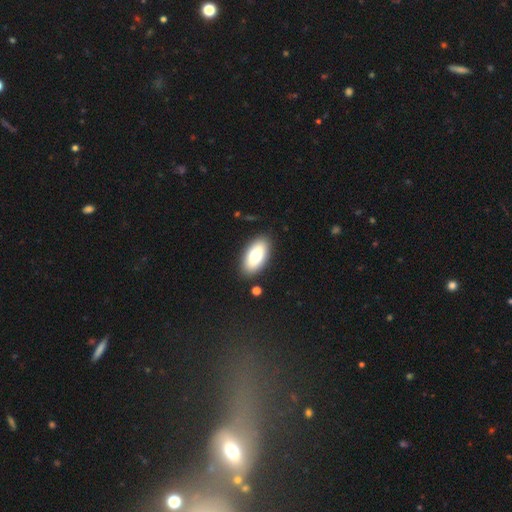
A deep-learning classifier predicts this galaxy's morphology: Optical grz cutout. It shows a smooth galaxy with no disk features (75%) that is in between round and cigar-shaped (93%). Merging: none (87%).